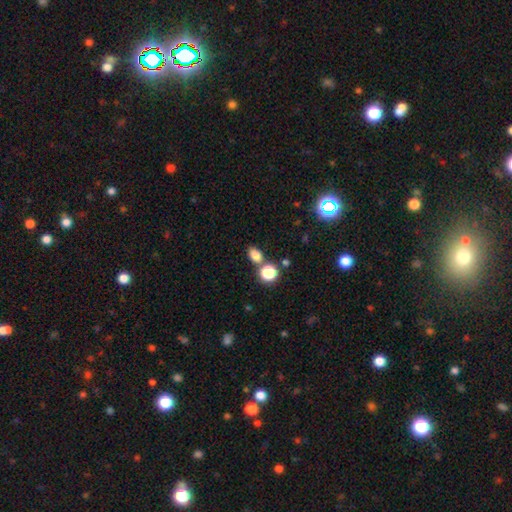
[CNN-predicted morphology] Smooth or featured?
  - smooth: 79% *
  - star or artifact: 15%
  - featured or disk: 5%
How rounded?
  - in between: 72% *
  - round: 26%
  - cigar-shaped: 2%
Merging?
  - none: 67% *
  - merger: 18%
  - minor disturbance: 11%
  - major disturbance: 4%